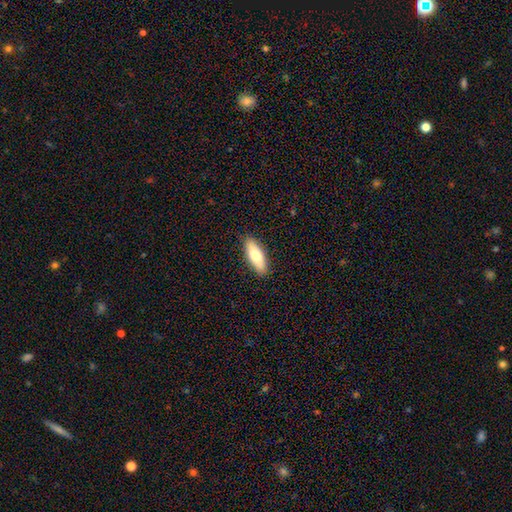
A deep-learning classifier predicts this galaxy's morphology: Smooth or featured? smooth (72%)
How rounded? in between (62%)
Merging? none (89%)